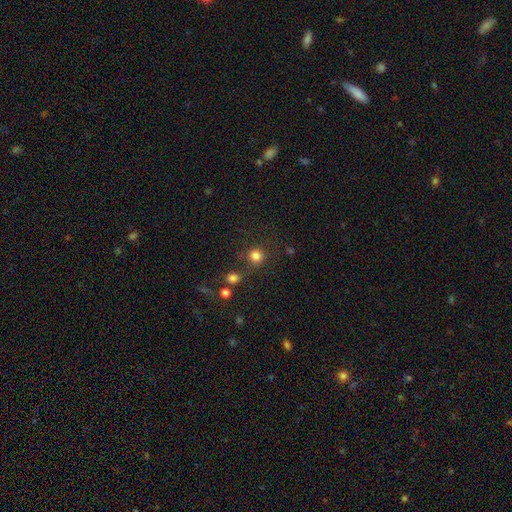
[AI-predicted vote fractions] Q: Smooth or featured?
A: smooth (80%); runner-up: star or artifact (14%)
Q: How rounded?
A: round (90%); runner-up: in between (9%)
Q: Merging?
A: none (74%); runner-up: minor disturbance (10%)